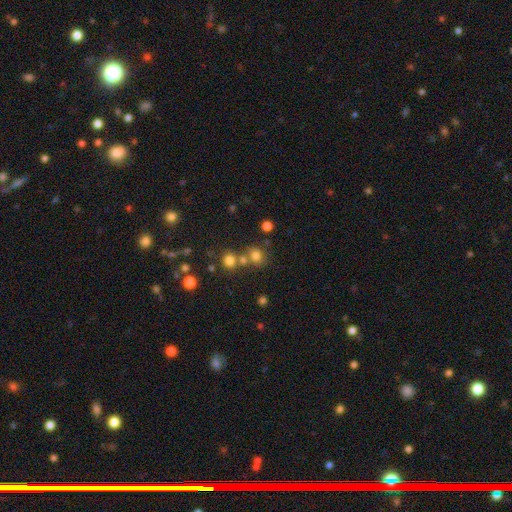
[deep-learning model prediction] A smooth galaxy with no disk features (75%) that is round (84%). Merging: none (60%).